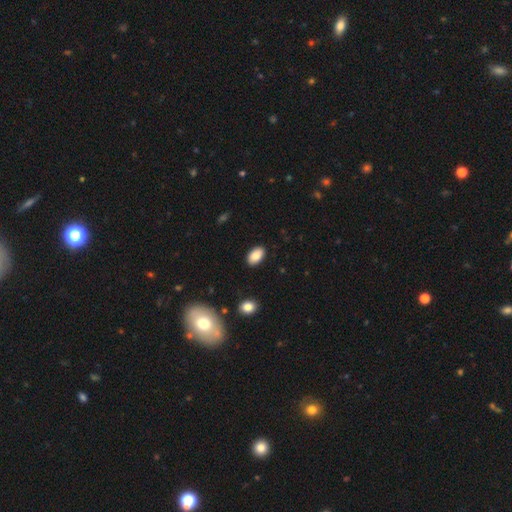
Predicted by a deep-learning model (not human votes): Q: Smooth or featured?
A: smooth (86%); runner-up: star or artifact (7%)
Q: How rounded?
A: in between (93%); runner-up: round (5%)
Q: Merging?
A: none (89%); runner-up: minor disturbance (8%)